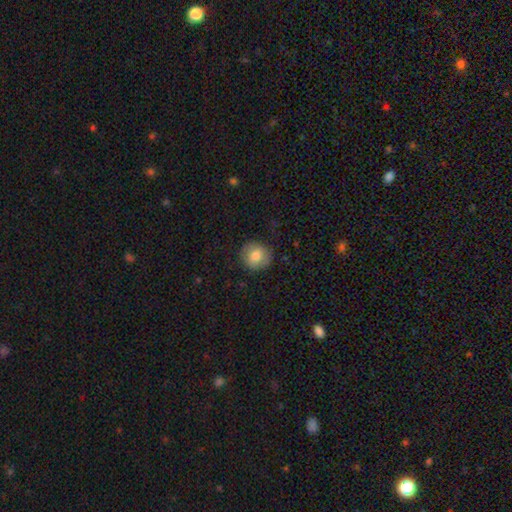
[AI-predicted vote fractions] Smooth or featured? Predicted: smooth (p=0.79). How rounded? Predicted: round (p=0.88). Merging? Predicted: none (p=0.87).